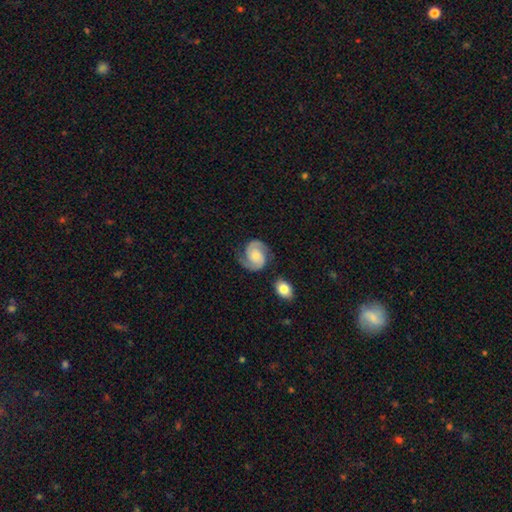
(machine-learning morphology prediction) Overall: featured or disk (84%). Edge-on disk: no (98%). Bar: no (67%). Spiral arms: yes (97%). Spiral arm count: 2 (92%). Spiral winding: medium (50%; tight 36%). Bulge size: small (47%; moderate 38%). Merging: none (78%).